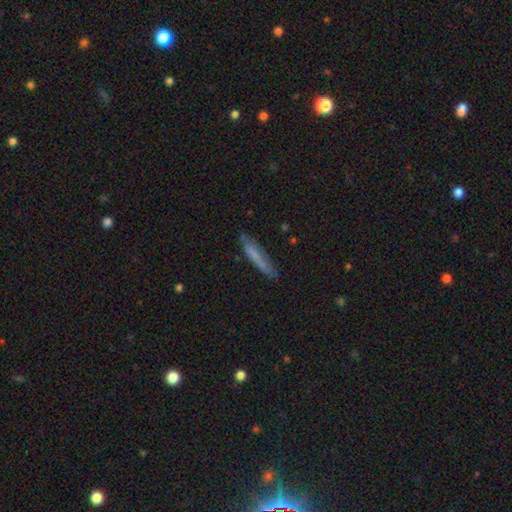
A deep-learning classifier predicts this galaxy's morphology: A smooth galaxy with no disk features (66%) that is cigar-shaped (93%).

Vote fractions:
- Smooth or featured? smooth: 66% / featured or disk: 27% / star or artifact: 7%
- How rounded? cigar-shaped: 93% / in between: 6% / round: 1%
- Merging? none: 79% / minor disturbance: 16% / major disturbance: 3% / merger: 2%